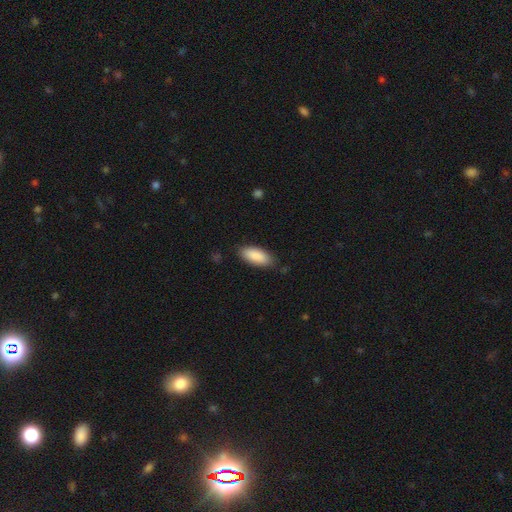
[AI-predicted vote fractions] Q: Smooth or featured?
A: smooth (90%); runner-up: star or artifact (6%)
Q: How rounded?
A: in between (84%); runner-up: cigar-shaped (14%)
Q: Merging?
A: none (82%); runner-up: minor disturbance (14%)